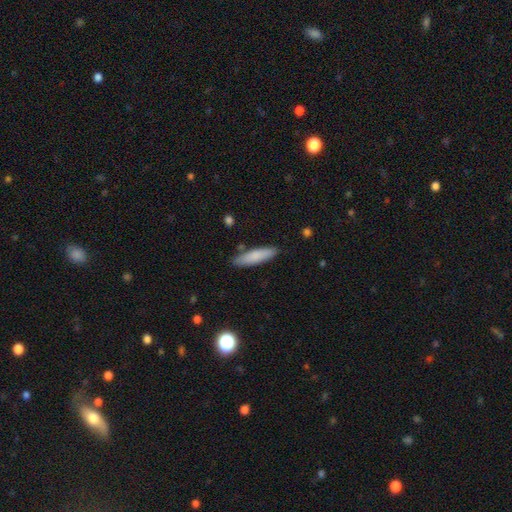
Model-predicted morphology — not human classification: Smooth or featured? smooth (81%)
How rounded? cigar-shaped (70%)
Merging? none (85%)